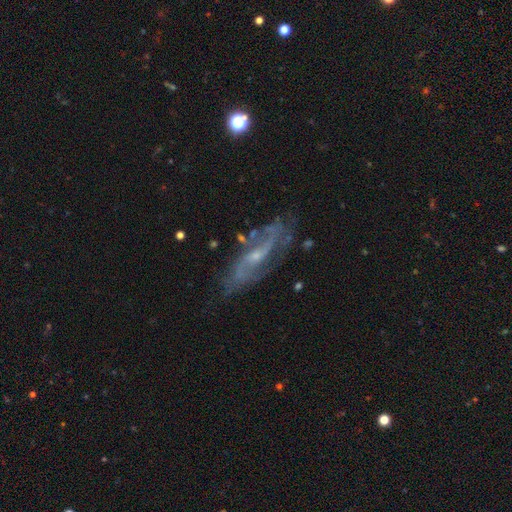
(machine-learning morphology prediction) Smooth or featured? featured or disk (81%)
Edge-on disk? no (83%)
Bar? weak (47%)
Spiral arms? yes (90%)
Spiral winding? medium (40%)
Spiral arm count? 2 (71%)
Bulge size? small (62%)
Merging? none (71%)